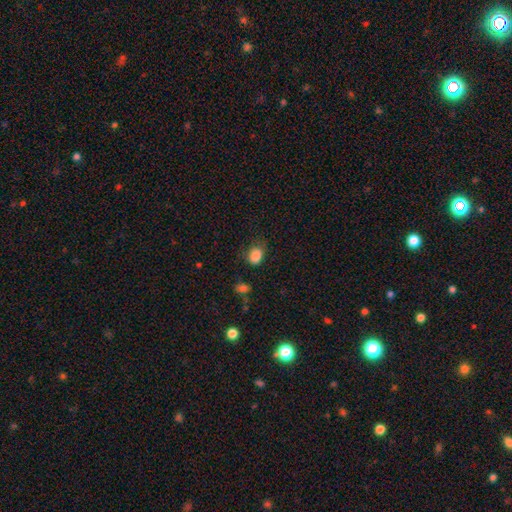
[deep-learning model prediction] A smooth galaxy with no disk features (86%) that is in between round and cigar-shaped (67%). Merging: none (65%).